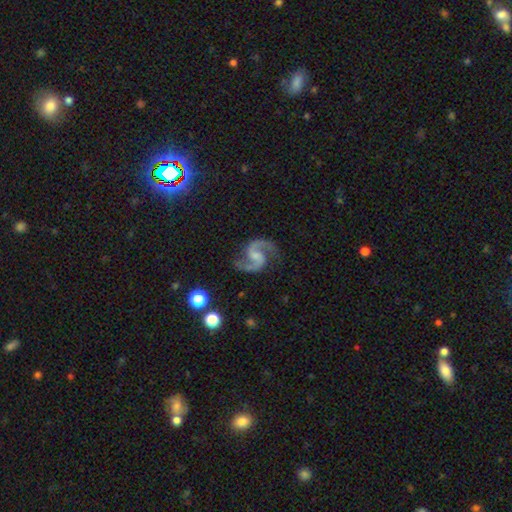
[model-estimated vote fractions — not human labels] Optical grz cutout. It shows a featured or disk galaxy (94%) with a weak bar (48%), 2 (95%) medium (61%) spiral arms (99%) and no central bulge (41%). Merging: none (82%).